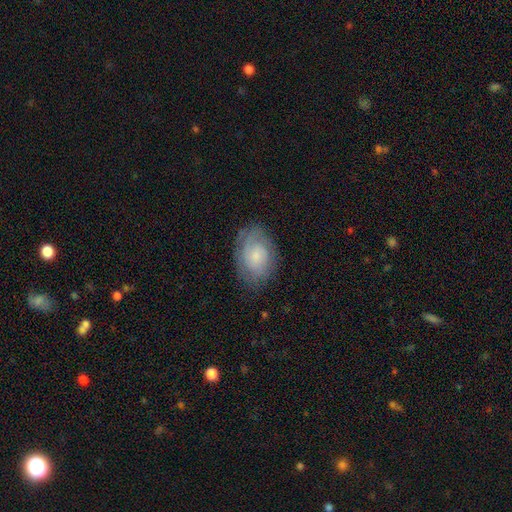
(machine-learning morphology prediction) The model was most divided on "smooth or featured": featured or disk: 51%, smooth: 41%, star or artifact: 8%. More confident: edge-on disk — no (96%); merging — none (74%).